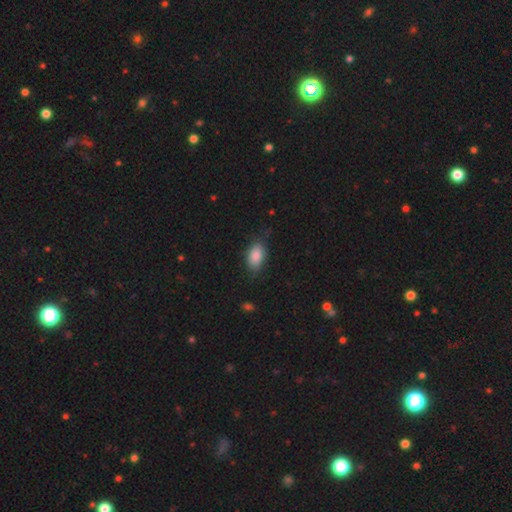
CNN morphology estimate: smooth-or-featured: smooth: 85% | featured or disk: 8% | star or artifact: 7%
  how-rounded: in between: 92% | round: 6% | cigar-shaped: 3%
  merging: none: 71% | minor disturbance: 23% | major disturbance: 5% | merger: 1%